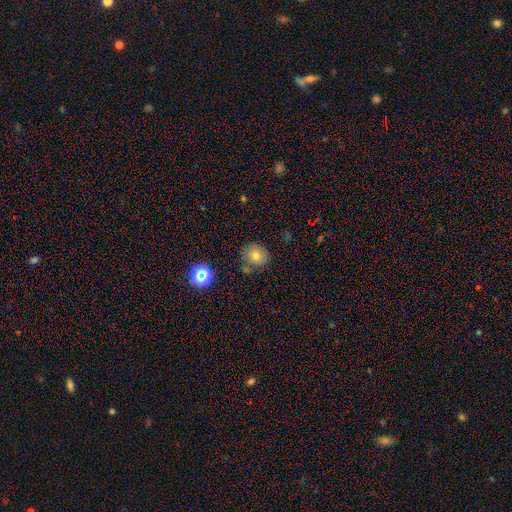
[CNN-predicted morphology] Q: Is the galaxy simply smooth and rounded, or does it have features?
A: smooth — 73%.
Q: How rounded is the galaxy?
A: round — 84%.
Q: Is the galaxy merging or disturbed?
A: none — 76%.